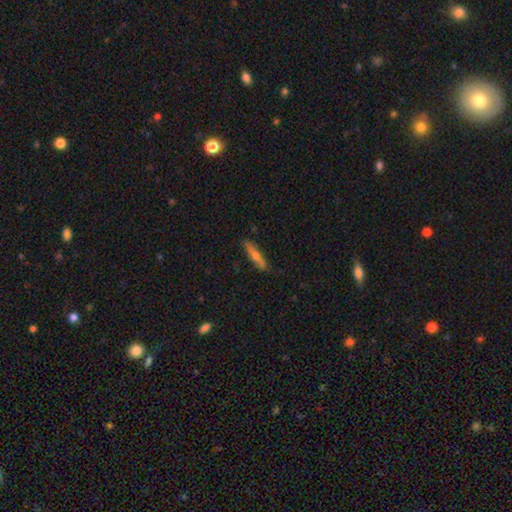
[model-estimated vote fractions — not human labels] A featured or disk galaxy (52%) viewed edge-on (90%). Merging: none (85%).